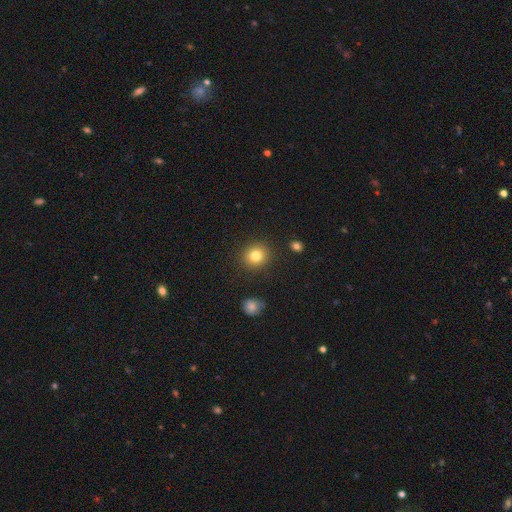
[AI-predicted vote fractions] Overall: smooth (81%). How rounded: round (87%). Merging: none (90%).